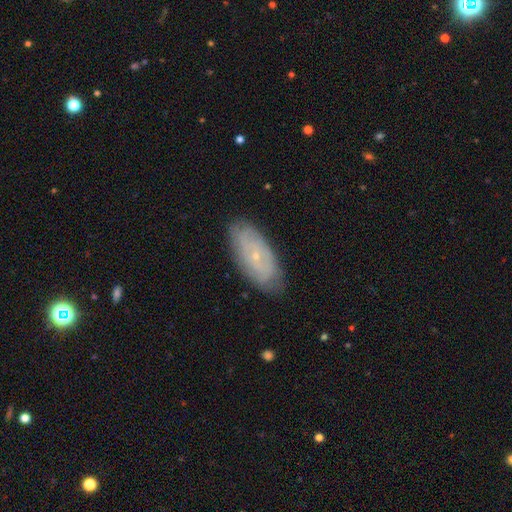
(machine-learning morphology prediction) Smooth or featured: featured or disk — 60% (smooth — 32%)
Edge-on disk: no — 89% (yes — 11%)
Bar: no — 76% (weak — 19%)
Spiral arms: yes — 74% (no — 26%)
Bulge size: small — 85% (moderate — 11%)
Merging: none — 82% (minor disturbance — 14%)